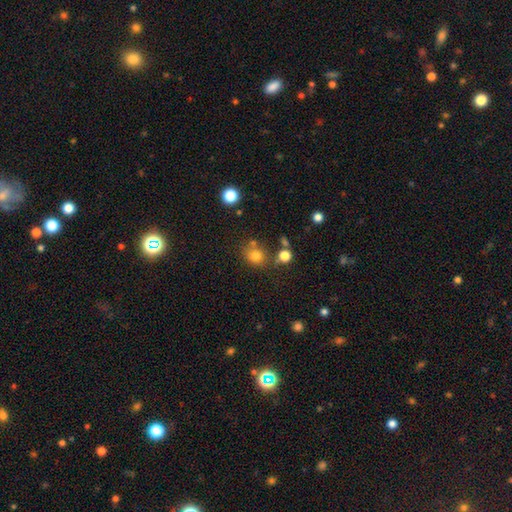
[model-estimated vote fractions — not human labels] A smooth galaxy with no disk features (77%) that is round (76%).

Vote fractions:
- Smooth or featured? smooth: 77% / star or artifact: 15% / featured or disk: 8%
- How rounded? round: 76% / in between: 23% / cigar-shaped: 1%
- Merging? none: 69% / minor disturbance: 13% / merger: 13% / major disturbance: 5%